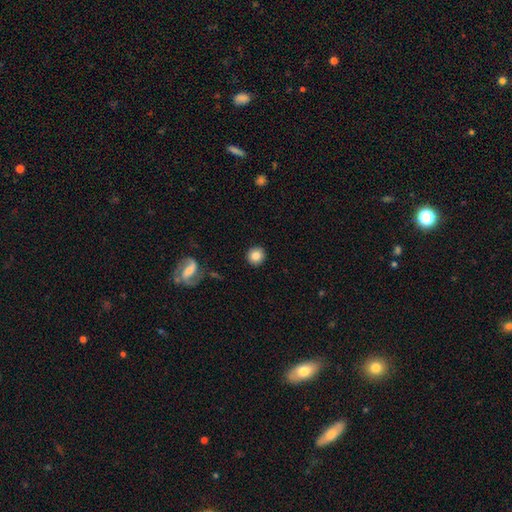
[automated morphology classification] The model was most divided on "smooth or featured": smooth: 83%, featured or disk: 9%, star or artifact: 8%. More confident: how rounded — round (92%); merging — none (91%).